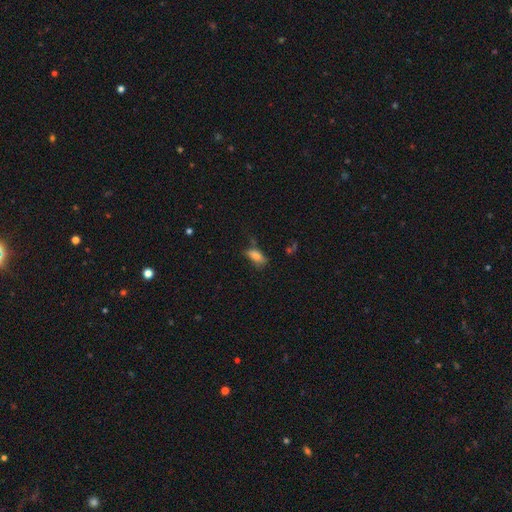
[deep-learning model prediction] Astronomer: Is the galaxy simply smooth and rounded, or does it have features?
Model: smooth — 77%.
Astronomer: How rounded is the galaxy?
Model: in between — 83%.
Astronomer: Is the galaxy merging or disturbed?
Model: none — 52% (runner-up: minor disturbance, 30%).